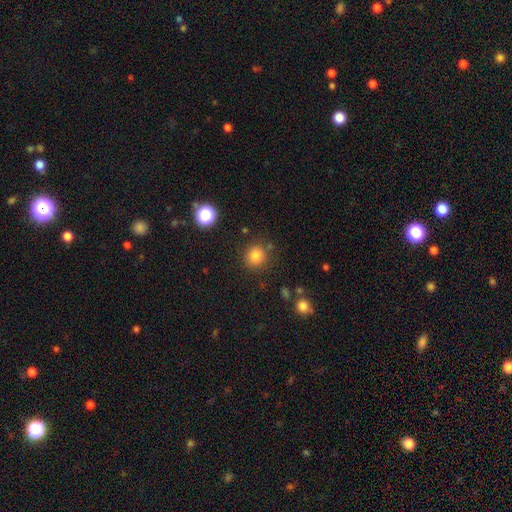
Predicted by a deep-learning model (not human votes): This is clearly a smooth galaxy (83%). How rounded: clearly round (88%). Merging: clearly none (84%).